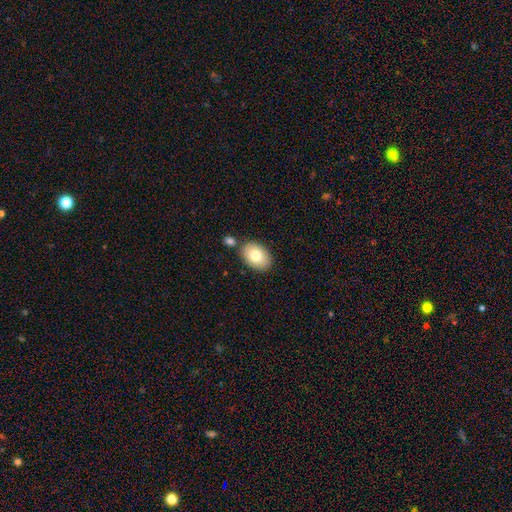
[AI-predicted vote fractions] Smooth or featured: smooth — 79% (featured or disk — 13%)
How rounded: in between — 83% (round — 16%)
Merging: none — 77% (minor disturbance — 11%)